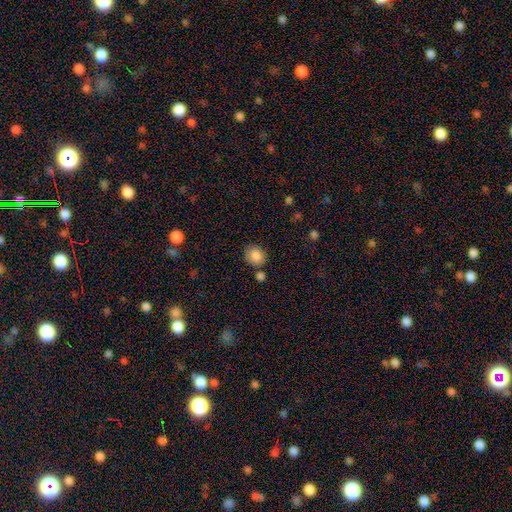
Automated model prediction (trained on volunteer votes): Smooth or featured? smooth (86%)
How rounded? round (68%)
Merging? none (76%)